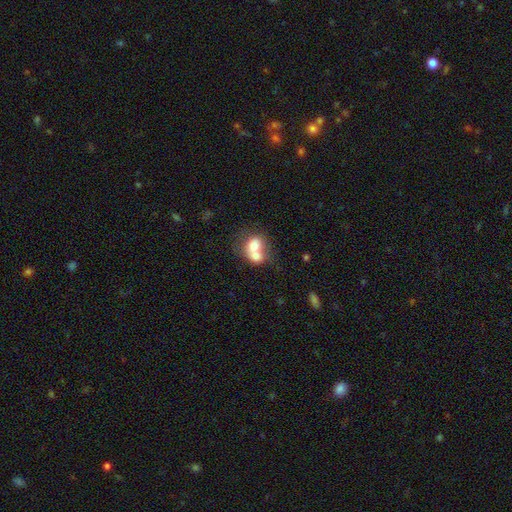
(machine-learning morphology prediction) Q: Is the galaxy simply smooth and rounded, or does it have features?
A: smooth — 66%.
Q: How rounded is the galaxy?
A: round — 56%.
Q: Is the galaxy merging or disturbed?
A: merger — 74%.